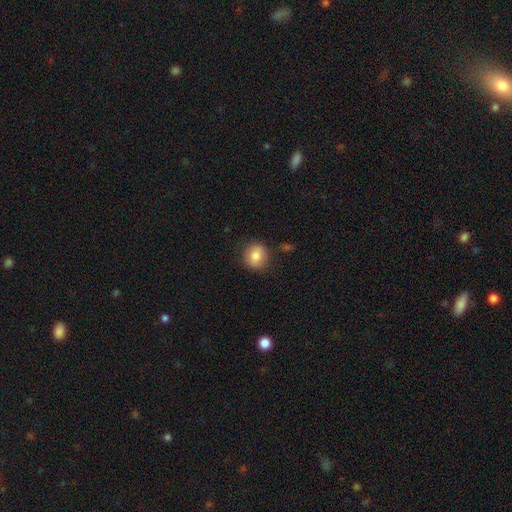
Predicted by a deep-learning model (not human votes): Smooth or featured? Predicted: smooth (p=0.83). How rounded? Predicted: round (p=0.82). Merging? Predicted: none (p=0.84).